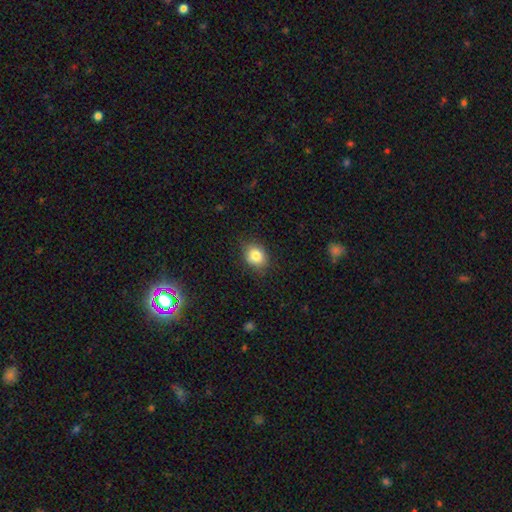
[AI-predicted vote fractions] This appears to be a smooth galaxy with no disk features (83%) that is round (55%). Merging: none (83%).